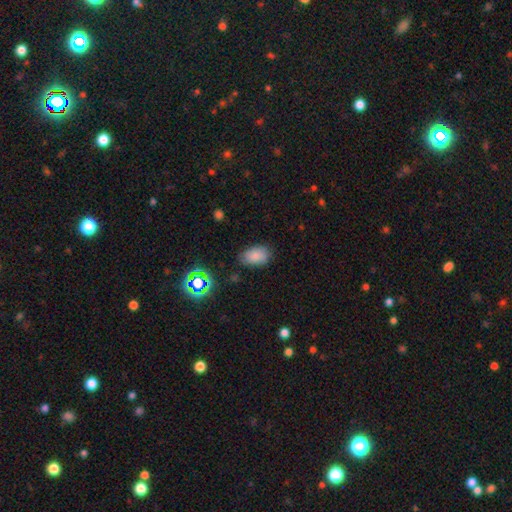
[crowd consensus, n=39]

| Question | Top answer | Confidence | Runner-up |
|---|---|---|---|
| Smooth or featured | smooth | 69% | featured or disk (23%) |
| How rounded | in between | 93% | round (7%) |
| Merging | none | 72% | minor disturbance (19%) |